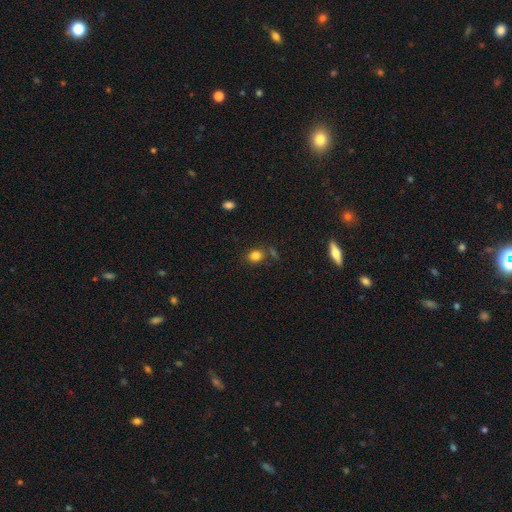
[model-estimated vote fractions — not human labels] A smooth galaxy with no disk features (81%) that is round (61%).

Vote fractions:
- Smooth or featured? smooth: 81% / star or artifact: 13% / featured or disk: 6%
- How rounded? round: 61% / in between: 38% / cigar-shaped: 1%
- Merging? none: 72% / minor disturbance: 14% / merger: 9% / major disturbance: 5%